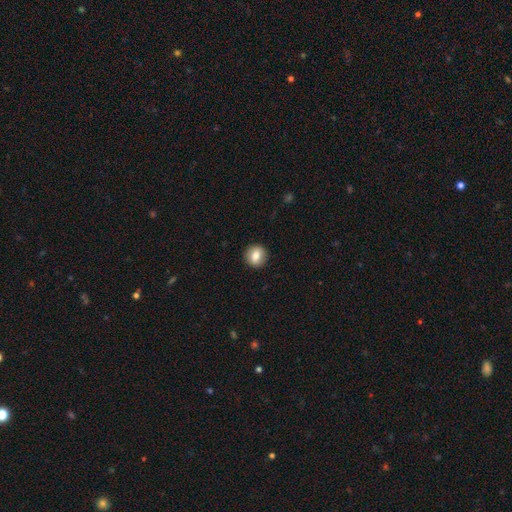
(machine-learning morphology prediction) A smooth galaxy with no disk features (77%) that is round (84%).

Vote fractions:
- Smooth or featured? smooth: 77% / featured or disk: 14% / star or artifact: 8%
- How rounded? round: 84% / in between: 15% / cigar-shaped: 1%
- Merging? none: 91% / minor disturbance: 6% / major disturbance: 2% / merger: 1%